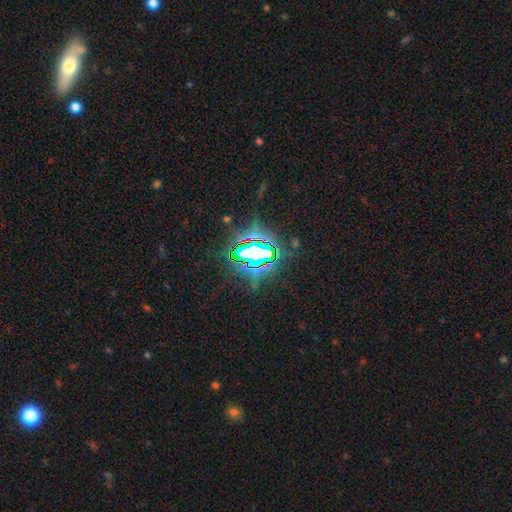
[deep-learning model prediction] Smooth or featured?
  - star or artifact: 76% *
  - smooth: 12%
  - featured or disk: 12%